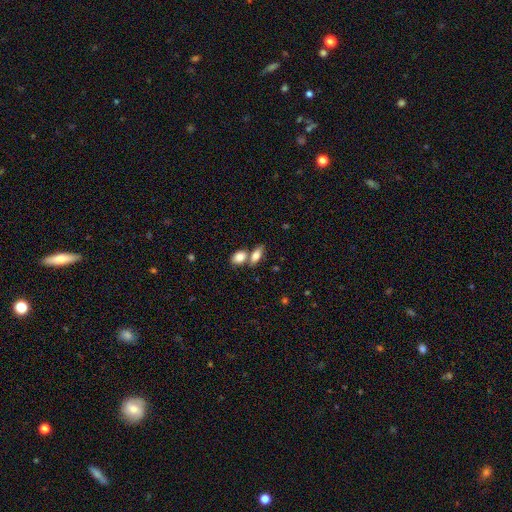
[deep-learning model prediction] smooth-or-featured: smooth: 78% | featured or disk: 14% | star or artifact: 7%
  how-rounded: in between: 81% | cigar-shaped: 12% | round: 7%
  merging: none: 46% | merger: 41% | minor disturbance: 10% | major disturbance: 3%